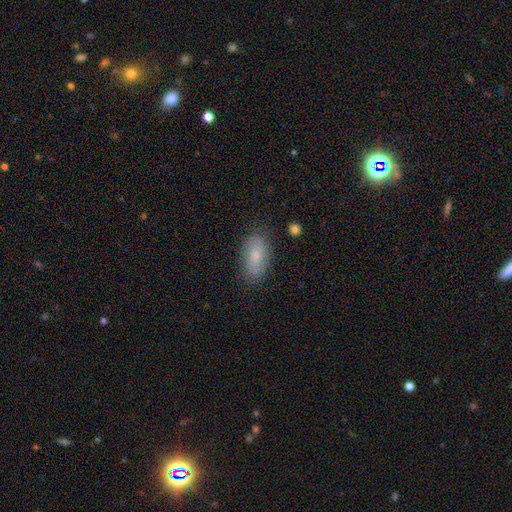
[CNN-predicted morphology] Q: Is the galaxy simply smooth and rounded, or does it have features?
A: smooth — 68%.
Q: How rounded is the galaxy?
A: in between — 91%.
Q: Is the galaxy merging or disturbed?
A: none — 81%.